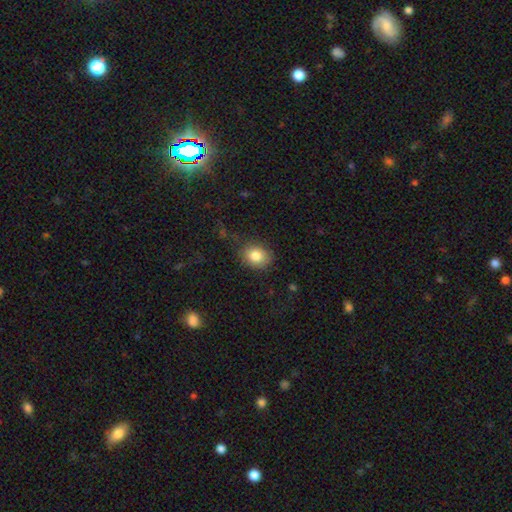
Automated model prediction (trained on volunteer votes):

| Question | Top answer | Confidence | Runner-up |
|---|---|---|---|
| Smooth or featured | smooth | 82% | star or artifact (9%) |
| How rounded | round | 51% | in between (48%) |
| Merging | none | 80% | minor disturbance (14%) |